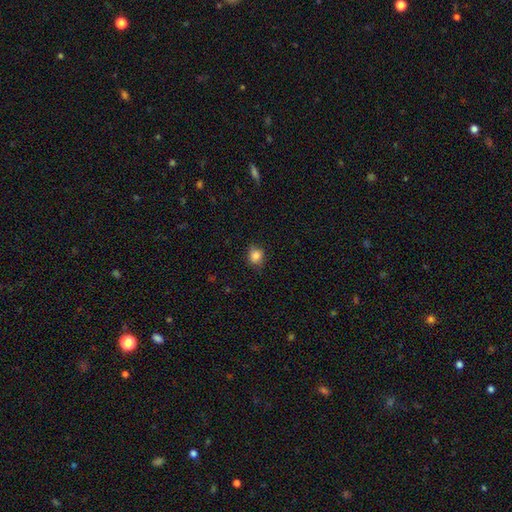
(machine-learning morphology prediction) Smooth or featured: smooth — 84% (star or artifact — 10%)
How rounded: round — 73% (in between — 26%)
Merging: none — 80% (minor disturbance — 16%)